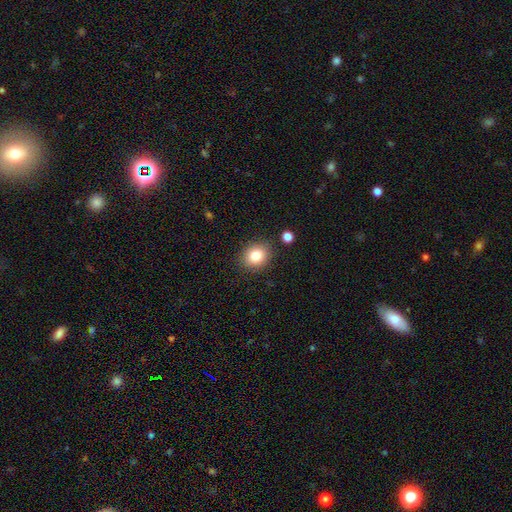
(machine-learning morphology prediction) Smooth or featured? smooth (81%)
How rounded? round (64%)
Merging? none (86%)